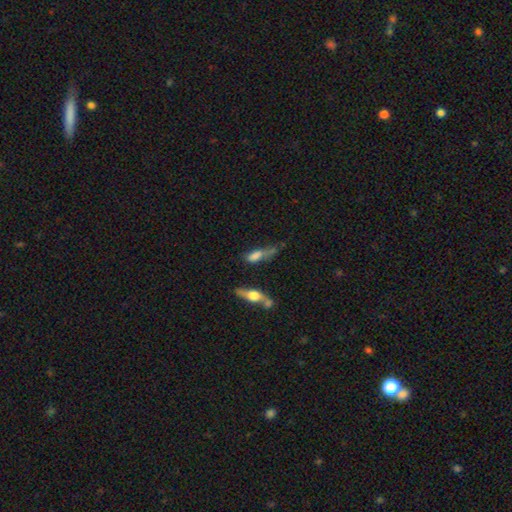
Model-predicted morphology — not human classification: smooth-or-featured: smooth: 61% | featured or disk: 28% | star or artifact: 10%
  how-rounded: in between: 48% (tied) | cigar-shaped: 48% (tied) | round: 5%
  merging: none: 32% | minor disturbance: 27% | major disturbance: 23% | merger: 18%